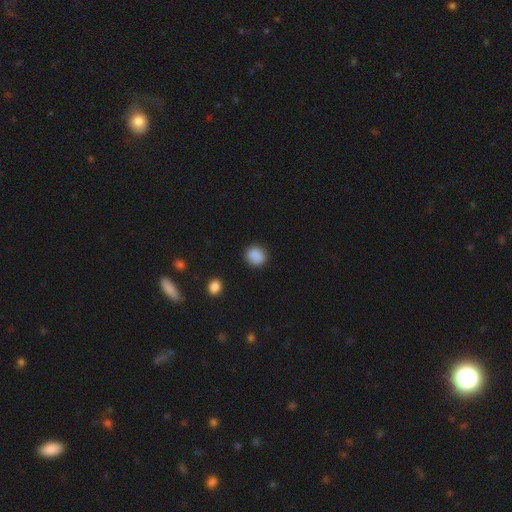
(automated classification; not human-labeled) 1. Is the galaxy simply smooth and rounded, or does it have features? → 88% smooth, 9% star or artifact, 3% featured or disk.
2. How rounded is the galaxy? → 77% round, 22% in between, 1% cigar-shaped.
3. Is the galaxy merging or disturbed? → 88% none, 9% minor disturbance, 2% major disturbance, 1% merger.